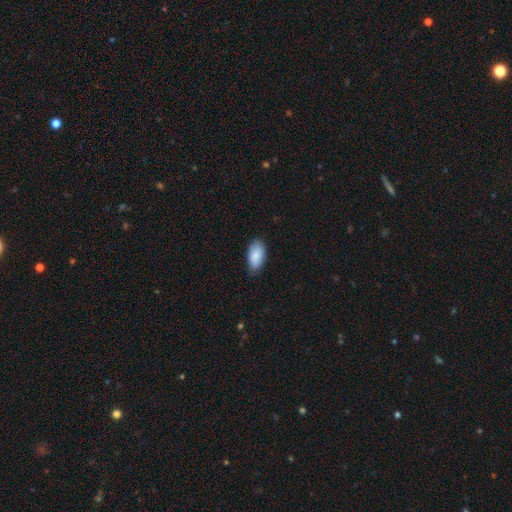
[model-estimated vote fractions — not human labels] This appears to be a smooth galaxy with no disk features (87%) that is in between round and cigar-shaped (94%). Merging: none (77%).